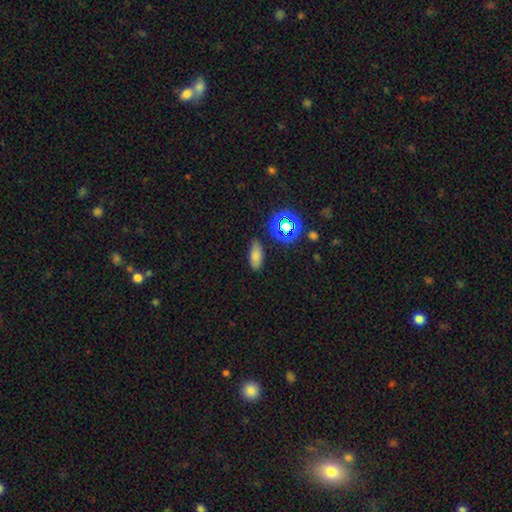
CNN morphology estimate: A smooth galaxy with no disk features (75%) that is in between round and cigar-shaped (81%).

Vote fractions:
- Smooth or featured? smooth: 75% / star or artifact: 18% / featured or disk: 8%
- How rounded? in between: 81% / cigar-shaped: 14% / round: 5%
- Merging? none: 82% / minor disturbance: 12% / major disturbance: 3% / merger: 2%